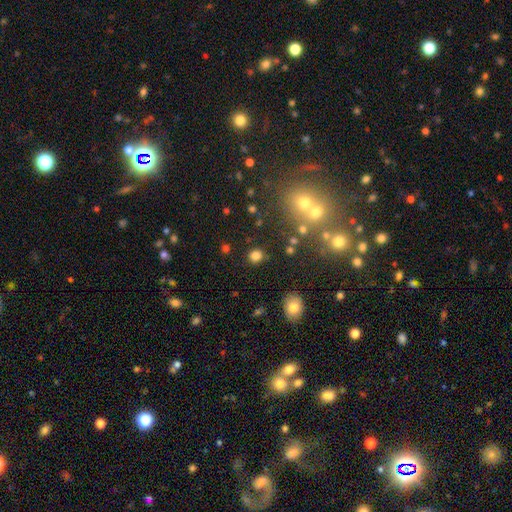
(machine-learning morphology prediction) The model was most divided on "smooth or featured": smooth: 80%, star or artifact: 15%, featured or disk: 5%. More confident: merging — none (85%); how rounded — round (84%).